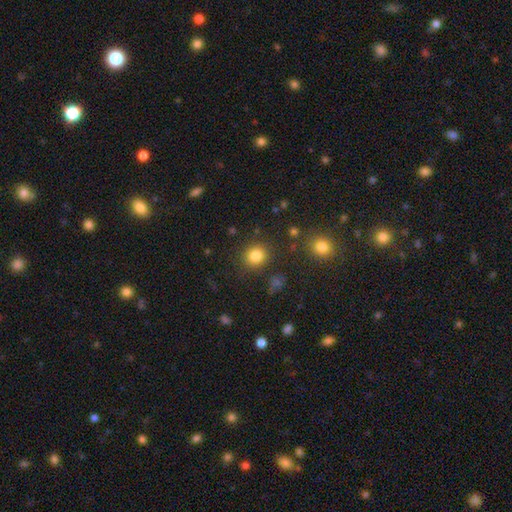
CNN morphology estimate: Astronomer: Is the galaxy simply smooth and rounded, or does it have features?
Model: smooth — 83%.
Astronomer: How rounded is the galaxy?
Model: round — 83%.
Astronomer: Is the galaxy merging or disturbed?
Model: none — 85%.